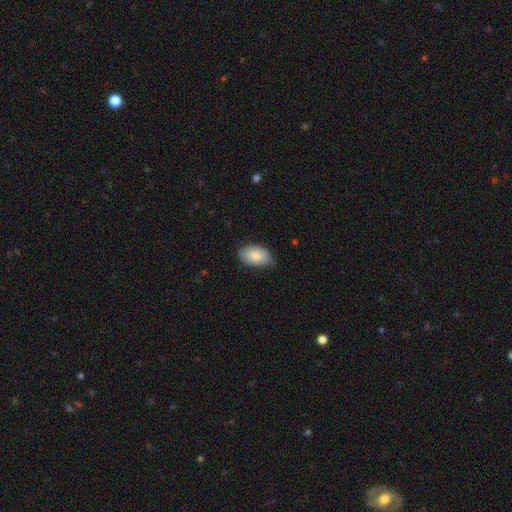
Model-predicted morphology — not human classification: The model was most divided on "merging": none: 68%, minor disturbance: 27%, major disturbance: 4%, merger: 1%. More confident: how rounded — in between (93%); smooth or featured — smooth (82%).